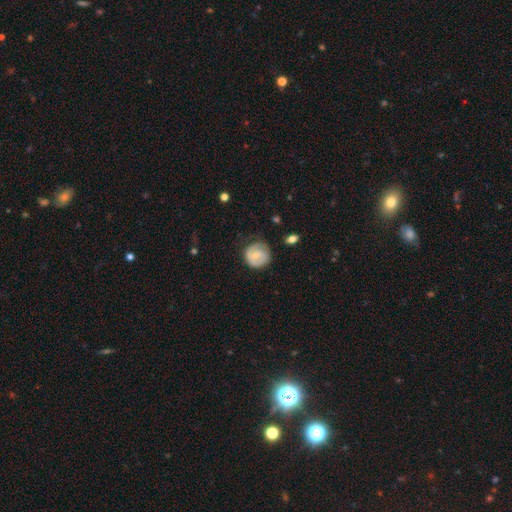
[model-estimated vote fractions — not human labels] smooth 48%, featured or disk 46%, star or artifact 6%. Down the decision tree: merging — none (69%).